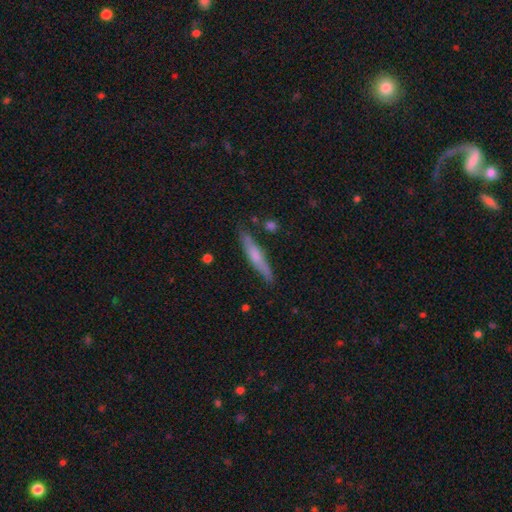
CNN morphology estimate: Smooth or featured? Predicted: smooth (p=0.53). How rounded? Predicted: cigar-shaped (p=0.90). Merging? Predicted: none (p=0.81).